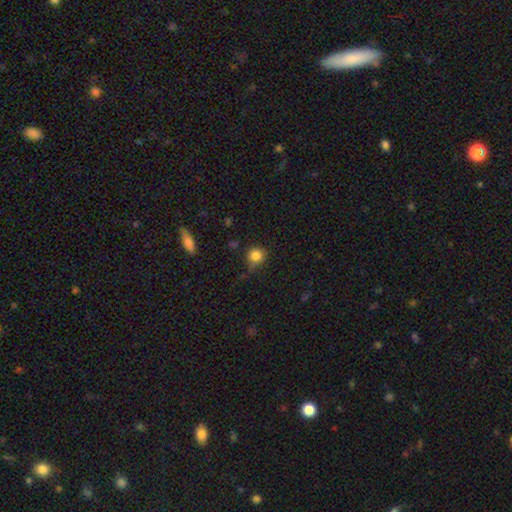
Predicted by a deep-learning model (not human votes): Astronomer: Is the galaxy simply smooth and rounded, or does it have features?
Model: smooth — 83%.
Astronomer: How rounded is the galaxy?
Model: round — 86%.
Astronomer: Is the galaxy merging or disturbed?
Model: none — 68%.